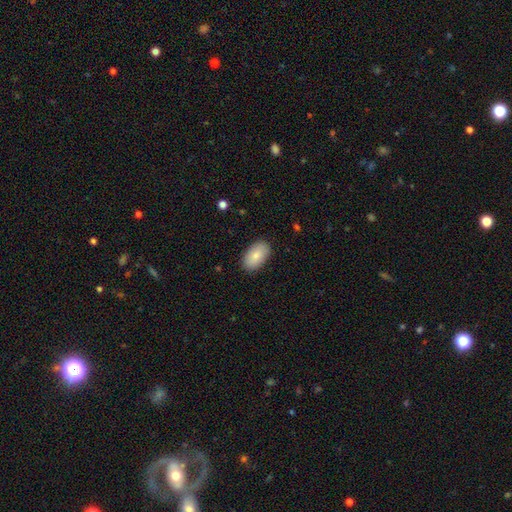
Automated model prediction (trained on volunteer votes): Overall: smooth (84%). How rounded: in between (95%). Merging: none (88%).